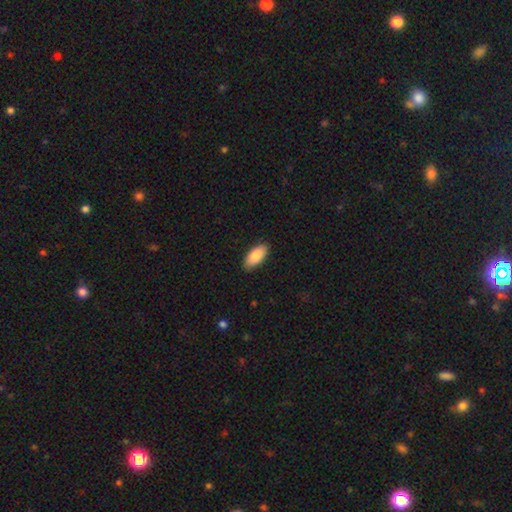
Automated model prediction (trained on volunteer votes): Smooth or featured: smooth — 88% (featured or disk — 6%)
How rounded: in between — 91% (cigar-shaped — 7%)
Merging: none — 89% (minor disturbance — 9%)